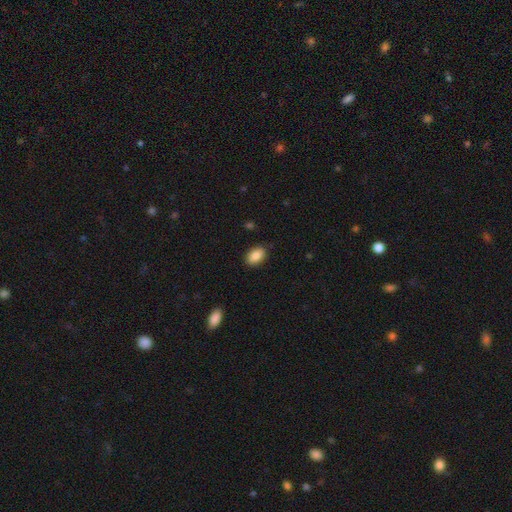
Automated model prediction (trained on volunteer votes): smooth_or_featured: smooth (p=0.88) [alt: star or artifact p=0.07]
how_rounded: in between (p=0.90) [alt: round p=0.08]
merging: none (p=0.87) [alt: minor disturbance p=0.10]